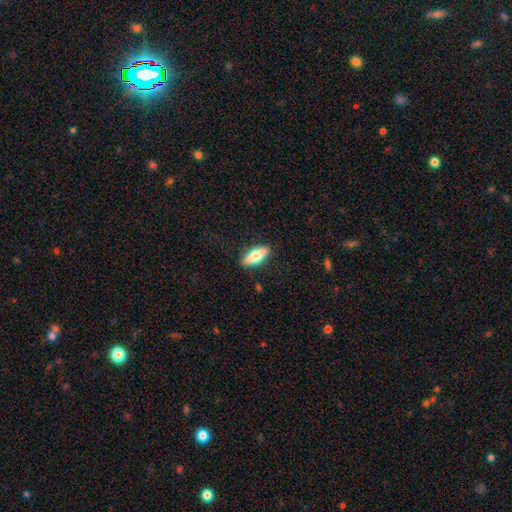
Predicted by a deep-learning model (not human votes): smooth-or-featured: smooth: 58% | featured or disk: 36% | star or artifact: 6%
  how-rounded: in between: 65% | cigar-shaped: 32% | round: 3%
  merging: none: 88% | minor disturbance: 9% | major disturbance: 2% | merger: 1%